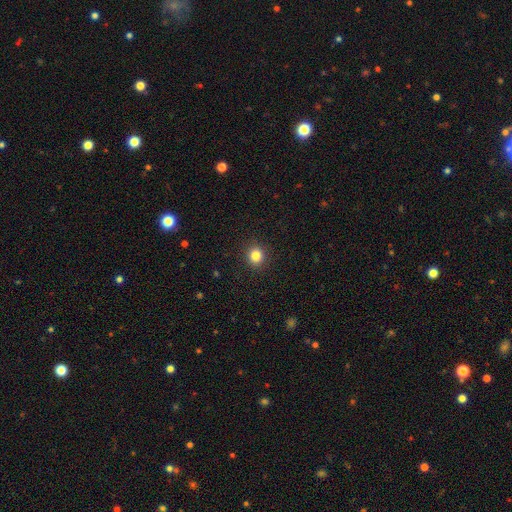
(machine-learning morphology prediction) Q: Smooth or featured?
A: smooth (83%); runner-up: star or artifact (12%)
Q: How rounded?
A: round (88%); runner-up: in between (11%)
Q: Merging?
A: none (92%); runner-up: minor disturbance (5%)